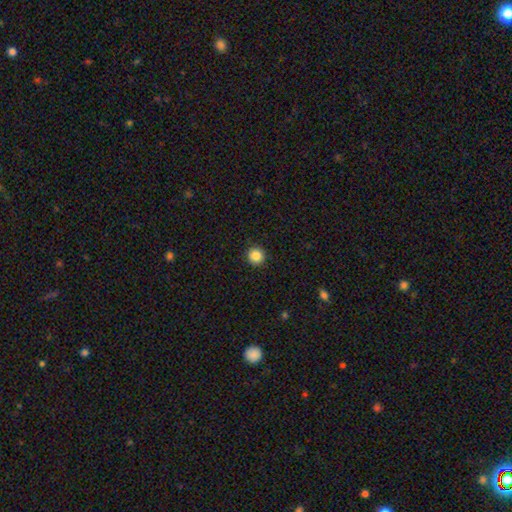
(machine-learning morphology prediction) This appears to be a smooth galaxy with no disk features (86%) that is round (96%). Merging: none (93%).